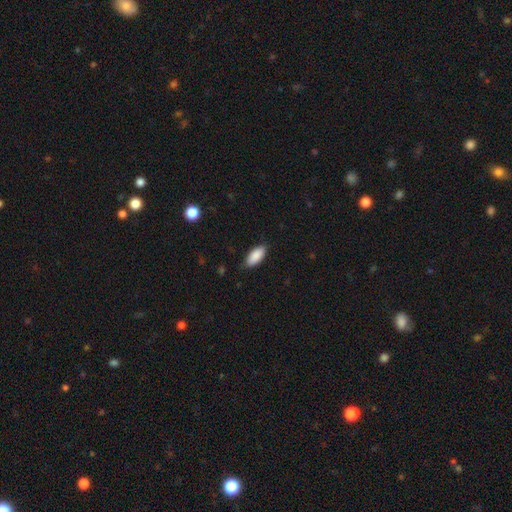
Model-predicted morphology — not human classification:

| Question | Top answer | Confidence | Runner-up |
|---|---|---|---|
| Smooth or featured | smooth | 89% | star or artifact (6%) |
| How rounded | in between | 87% | cigar-shaped (11%) |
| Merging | none | 84% | minor disturbance (13%) |